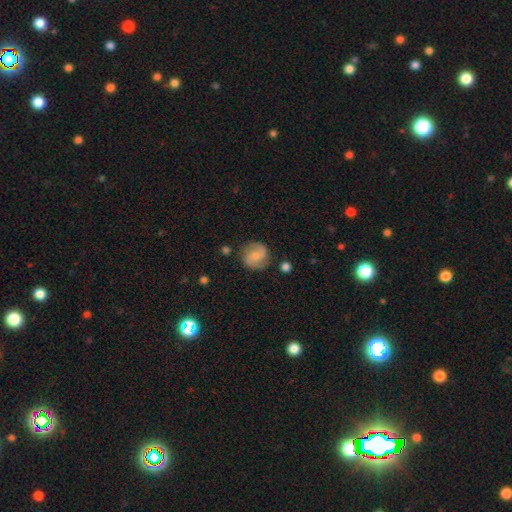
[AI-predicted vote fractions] Overall: featured or disk (57%; smooth 36%). Edge-on disk: no (98%). Bar: no (50%; weak 41%). Spiral arms: yes (93%). Spiral arm count: 2 (89%). Spiral winding: medium (48%; loose 27%). Bulge size: small (35%; none 33%). Merging: none (79%).